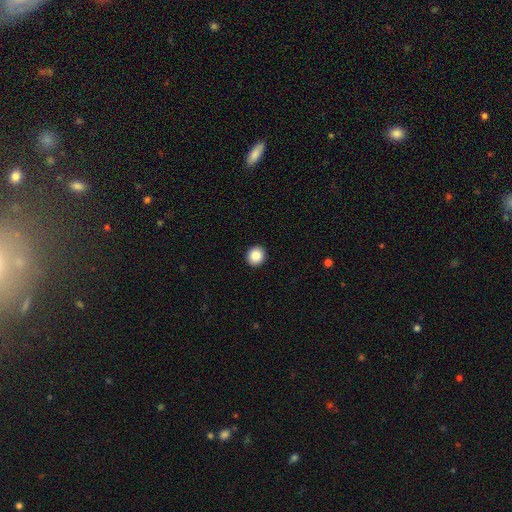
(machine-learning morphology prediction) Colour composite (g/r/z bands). It shows a smooth galaxy with no disk features (86%) that is round (88%). Merging: none (93%).